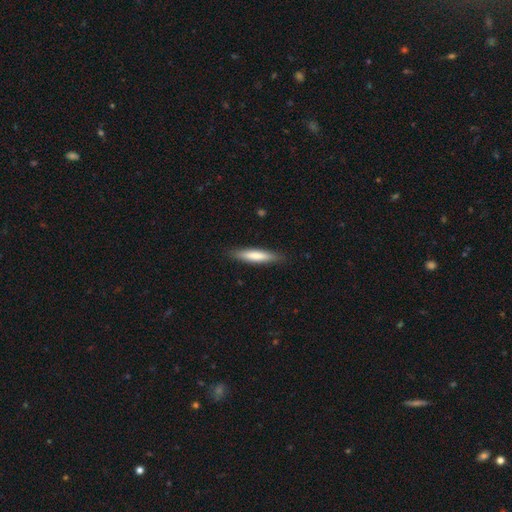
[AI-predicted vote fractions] Smooth or featured: smooth — 75% (featured or disk — 20%)
How rounded: cigar-shaped — 86% (in between — 13%)
Merging: none — 88% (minor disturbance — 9%)